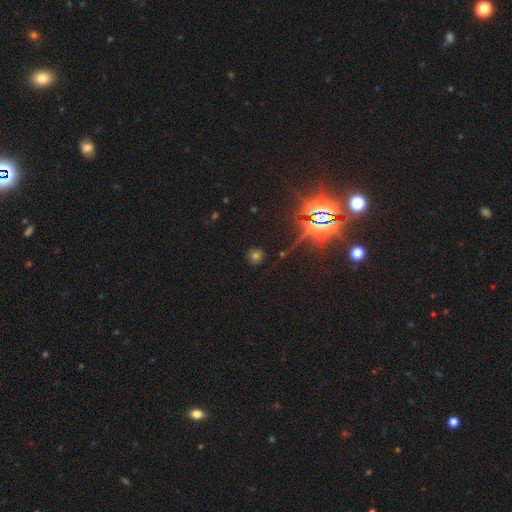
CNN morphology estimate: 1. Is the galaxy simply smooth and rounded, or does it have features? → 49% smooth, 42% star or artifact, 9% featured or disk.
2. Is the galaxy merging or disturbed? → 86% none, 8% minor disturbance, 3% major disturbance, 2% merger.